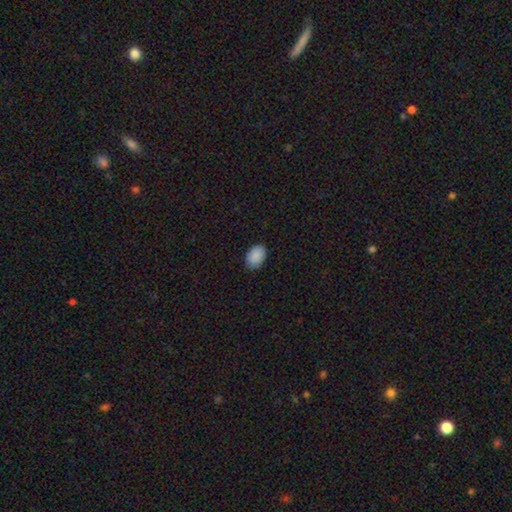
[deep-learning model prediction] This appears to be a smooth galaxy with no disk features (90%) that is in between round and cigar-shaped (82%). Merging: none (87%).